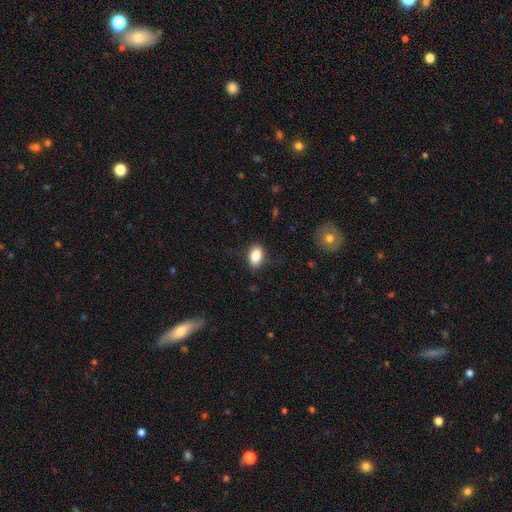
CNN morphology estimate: Smooth or featured? Predicted: smooth (p=0.86). How rounded? Predicted: in between (p=0.86). Merging? Predicted: none (p=0.81).